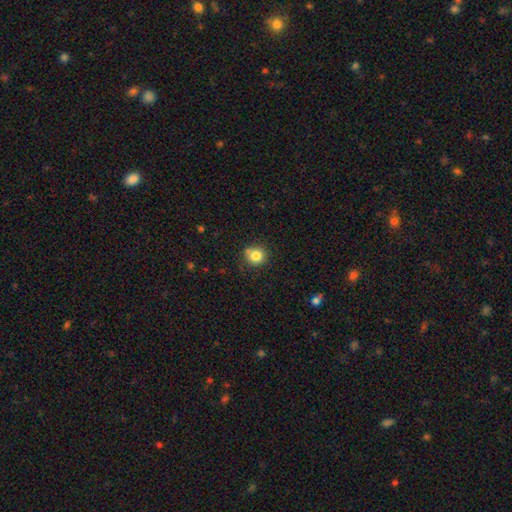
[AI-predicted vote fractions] Smooth or featured?
  - smooth: 82% *
  - star or artifact: 11%
  - featured or disk: 7%
How rounded?
  - round: 89% *
  - in between: 10%
  - cigar-shaped: 1%
Merging?
  - none: 78% *
  - minor disturbance: 14%
  - merger: 5%
  - major disturbance: 3%